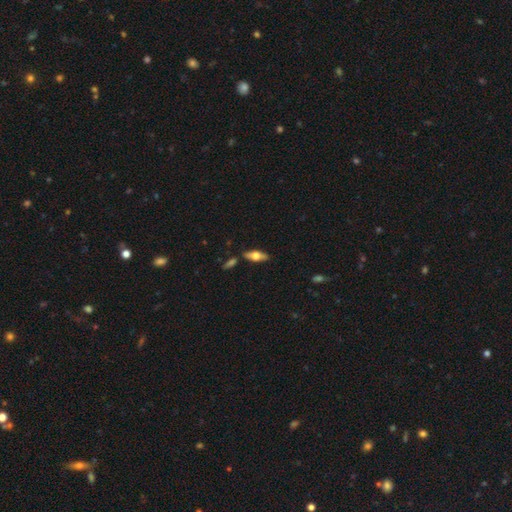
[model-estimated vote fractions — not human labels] Smooth or featured? Predicted: featured or disk (p=0.49). Merging? Predicted: none (p=0.82).